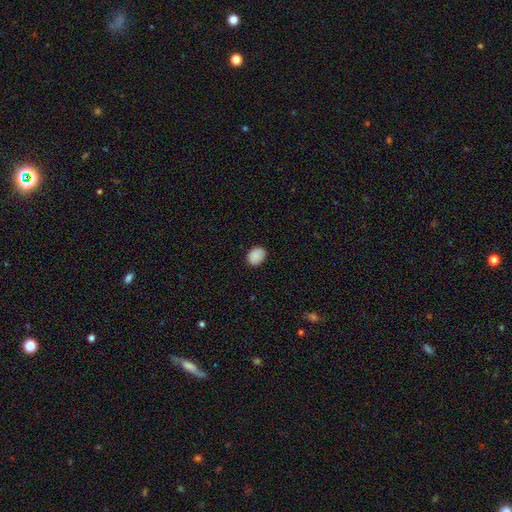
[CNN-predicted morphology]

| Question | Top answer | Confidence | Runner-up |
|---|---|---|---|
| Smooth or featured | smooth | 89% | star or artifact (8%) |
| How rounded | in between | 62% | round (37%) |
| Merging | none | 86% | minor disturbance (11%) |